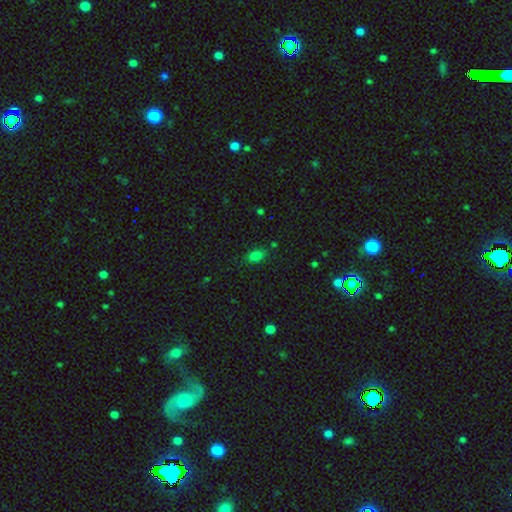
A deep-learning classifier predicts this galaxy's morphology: Smooth or featured? smooth (78%)
How rounded? in between (85%)
Merging? none (78%)